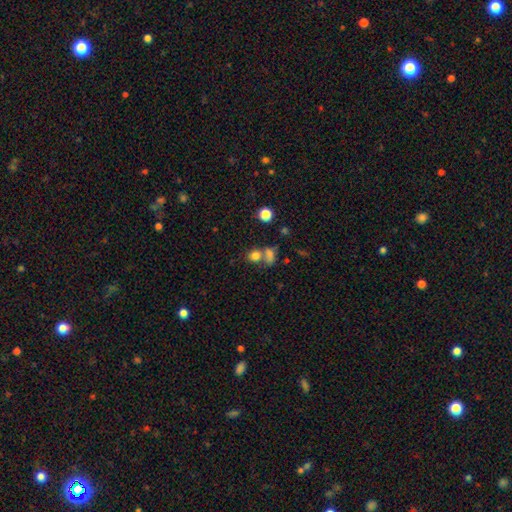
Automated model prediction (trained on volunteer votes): Smooth or featured? Predicted: smooth (p=0.77). How rounded? Predicted: round (p=0.64). Merging? Predicted: none (p=0.46).